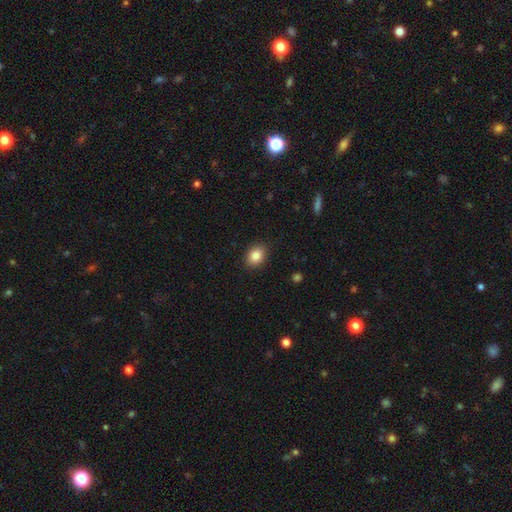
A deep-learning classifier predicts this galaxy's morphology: This appears to be a smooth galaxy with no disk features (85%) that is in between round and cigar-shaped (57%). Merging: none (89%).